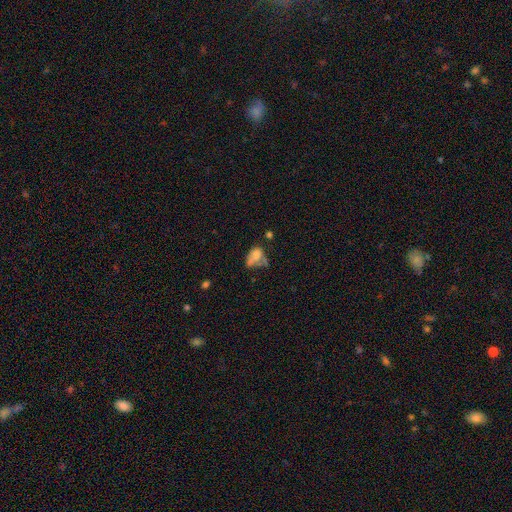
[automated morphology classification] A smooth galaxy with no disk features (62%) that is in between round and cigar-shaped (80%). Merging: major disturbance (29%).